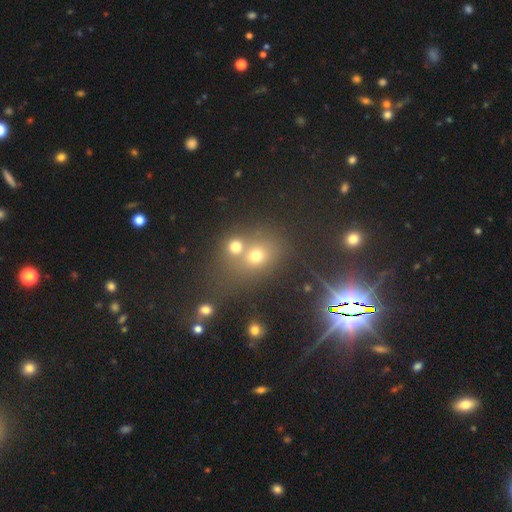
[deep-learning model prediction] A smooth galaxy with no disk features (50%). Merging: none (46%).